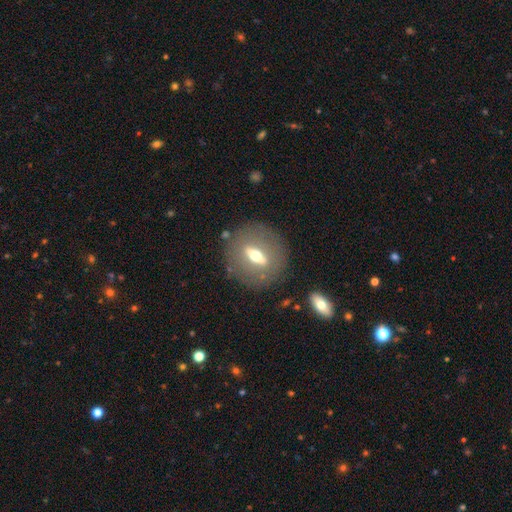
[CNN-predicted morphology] Overall: featured or disk (62%; smooth 30%). Edge-on disk: no (55%; yes 45%). Merging: none (83%).